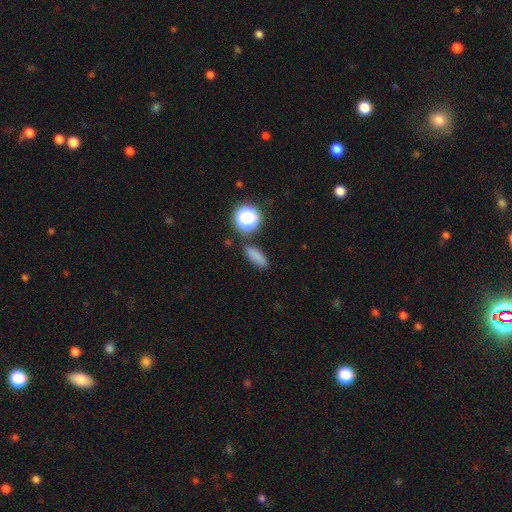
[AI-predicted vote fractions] Smooth or featured: smooth — 77% (star or artifact — 16%)
How rounded: in between — 52% (cigar-shaped — 33%)
Merging: none — 78% (minor disturbance — 12%)